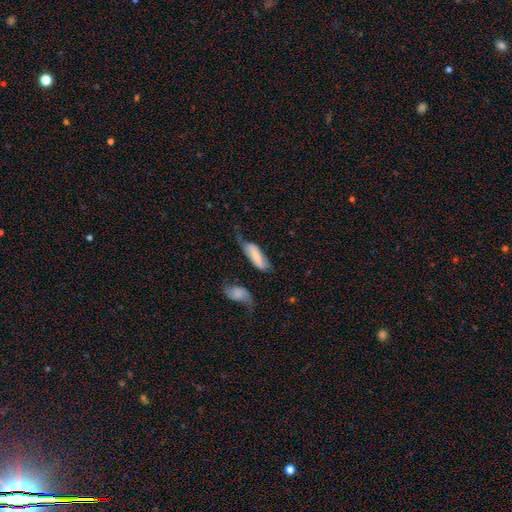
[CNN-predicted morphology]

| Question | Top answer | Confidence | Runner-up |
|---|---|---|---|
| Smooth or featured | smooth | 61% | featured or disk (32%) |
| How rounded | in between | 65% | cigar-shaped (33%) |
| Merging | none | 42% | minor disturbance (30%) |